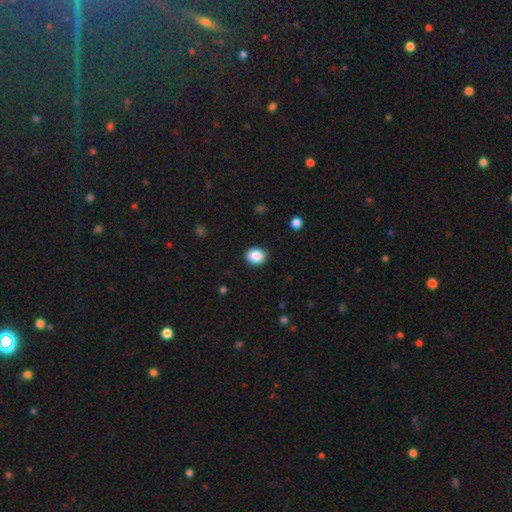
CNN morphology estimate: smooth-or-featured: smooth: 88% | star or artifact: 9% | featured or disk: 3%
  how-rounded: round: 58% | in between: 41% | cigar-shaped: 1%
  merging: none: 90% | minor disturbance: 7% | major disturbance: 2% | merger: 1%